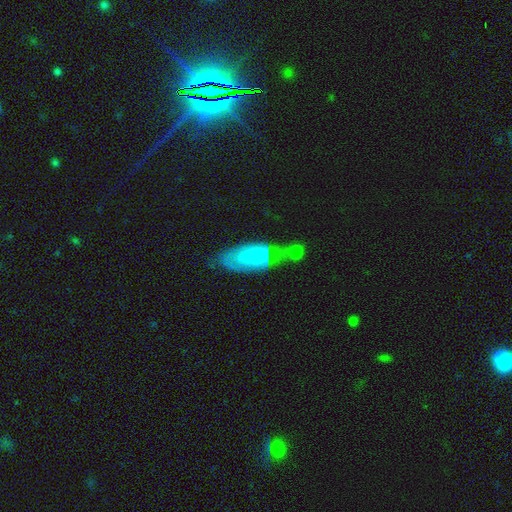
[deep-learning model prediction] smooth-or-featured: smooth: 52% | featured or disk: 39% | star or artifact: 9%
  how-rounded: in between: 83% | cigar-shaped: 14% | round: 3%
  merging: none: 34% | minor disturbance: 29% | major disturbance: 20% | merger: 18%